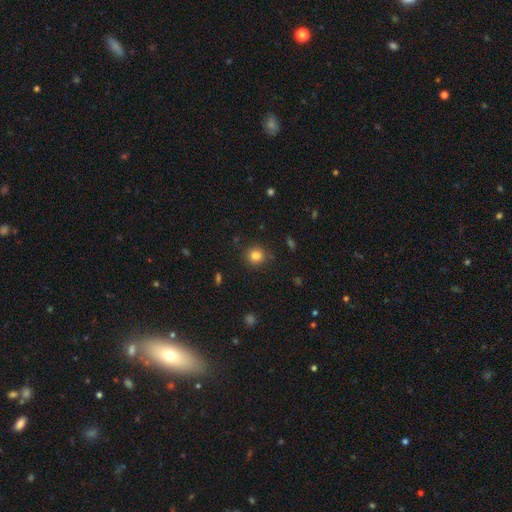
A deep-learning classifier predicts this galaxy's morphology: Q: Smooth or featured?
A: smooth (83%); runner-up: star or artifact (12%)
Q: How rounded?
A: round (92%); runner-up: in between (7%)
Q: Merging?
A: none (88%); runner-up: minor disturbance (8%)